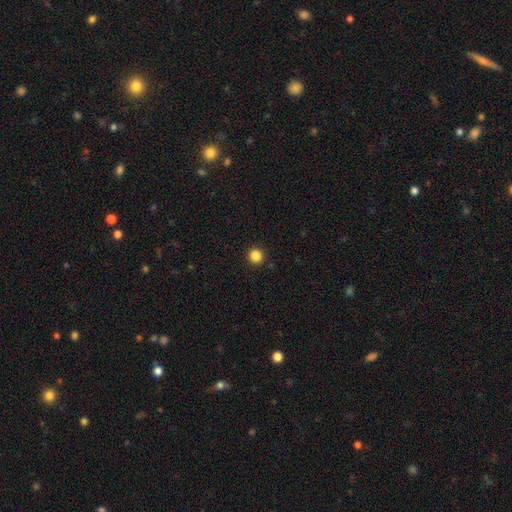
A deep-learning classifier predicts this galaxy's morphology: smooth 85%, star or artifact 12%, featured or disk 3%. Down the decision tree: how rounded — round (95%); merging — none (93%).